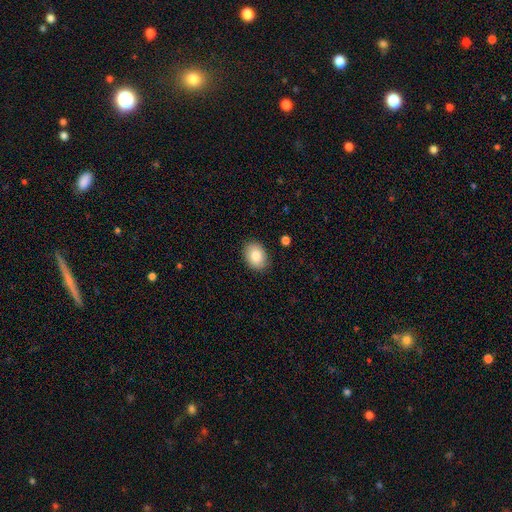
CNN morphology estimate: The model was most divided on "how rounded": in between: 72%, round: 27%, cigar-shaped: 1%. More confident: merging — none (87%); smooth or featured — smooth (84%).